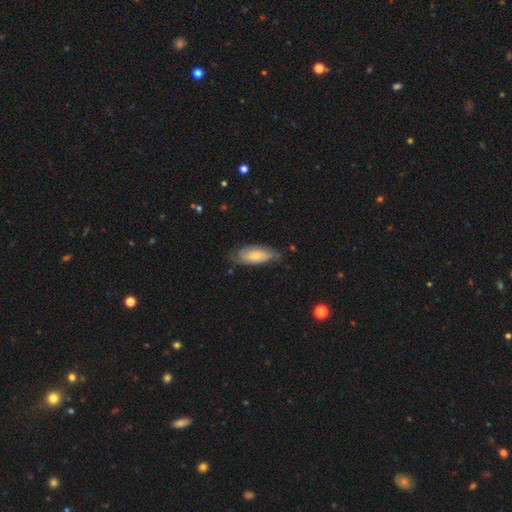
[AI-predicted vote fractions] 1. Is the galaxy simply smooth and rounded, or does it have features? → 49% smooth, 45% featured or disk, 6% star or artifact.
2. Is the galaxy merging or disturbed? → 62% none, 29% minor disturbance, 7% major disturbance, 2% merger.